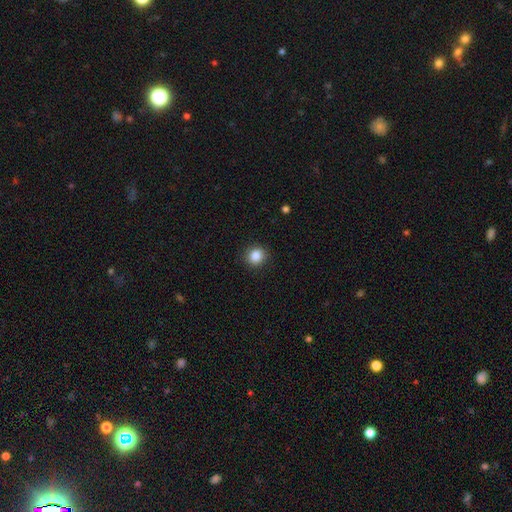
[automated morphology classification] Smooth or featured?
  - smooth: 86% *
  - star or artifact: 10%
  - featured or disk: 4%
How rounded?
  - round: 88% *
  - in between: 11%
  - cigar-shaped: 1%
Merging?
  - none: 91% *
  - minor disturbance: 6%
  - major disturbance: 2%
  - merger: 1%